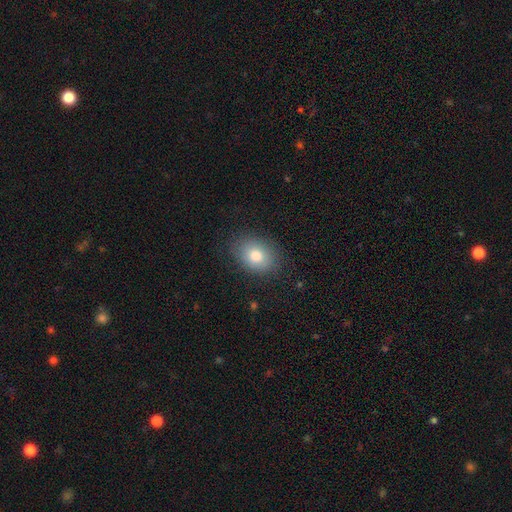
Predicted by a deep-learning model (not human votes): A smooth galaxy with no disk features (79%) that is in between round and cigar-shaped (62%).

Vote fractions:
- Smooth or featured? smooth: 79% / featured or disk: 11% / star or artifact: 10%
- How rounded? in between: 62% / round: 37% / cigar-shaped: 1%
- Merging? none: 83% / minor disturbance: 12% / major disturbance: 3% / merger: 1%